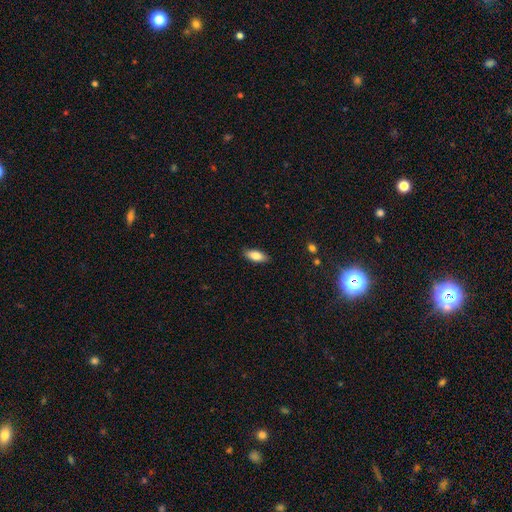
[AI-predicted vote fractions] smooth-or-featured: smooth: 83% | featured or disk: 11% | star or artifact: 7%
  how-rounded: in between: 83% | cigar-shaped: 14% | round: 2%
  merging: none: 88% | minor disturbance: 9% | major disturbance: 2% | merger: 1%